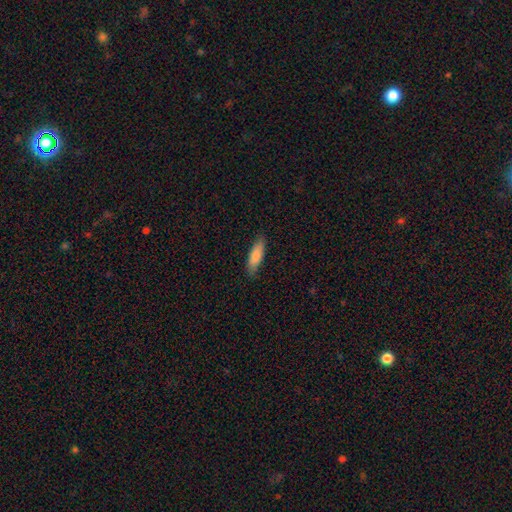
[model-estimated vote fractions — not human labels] Smooth or featured? smooth (83%)
How rounded? cigar-shaped (55%)
Merging? none (85%)